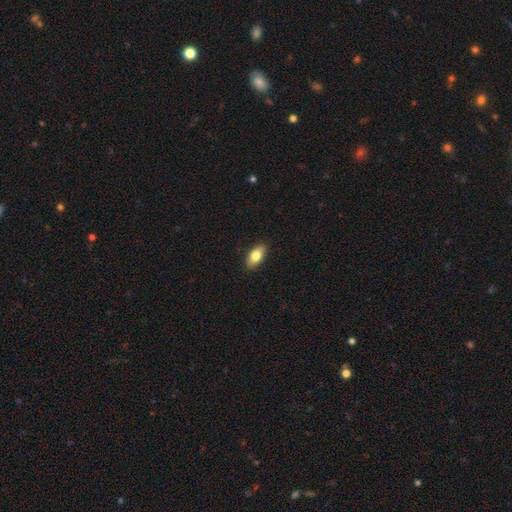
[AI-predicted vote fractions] Smooth or featured: smooth — 81% (featured or disk — 12%)
How rounded: in between — 90% (cigar-shaped — 6%)
Merging: none — 90% (minor disturbance — 8%)